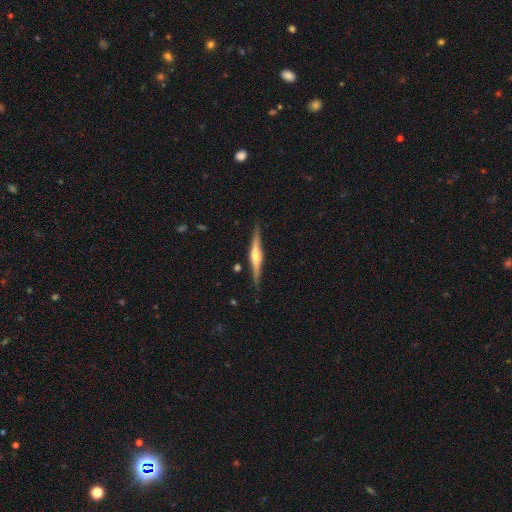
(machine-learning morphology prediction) This is likely a featured or disk galaxy (72%). It is clearly viewed edge-on (98%). Edge-on bulge: likely rounded (73%). Merging: clearly none (87%).